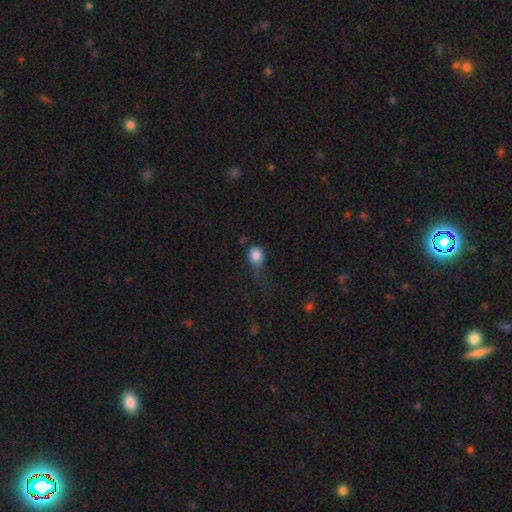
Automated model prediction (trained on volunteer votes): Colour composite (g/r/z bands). It shows a smooth galaxy with no disk features (82%) that is round (53%). Merging: minor disturbance (34%).